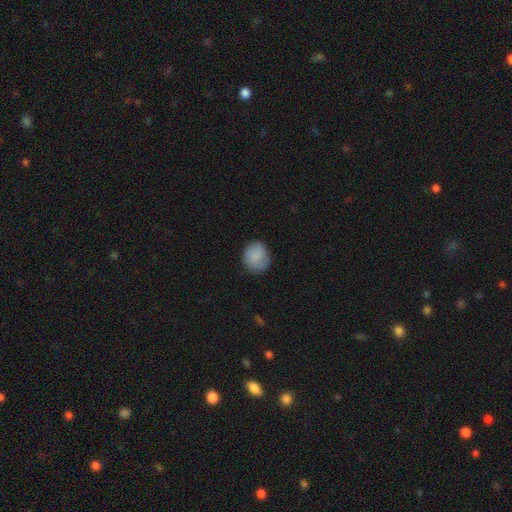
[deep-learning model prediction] Smooth or featured? smooth (83%)
How rounded? round (77%)
Merging? none (76%)